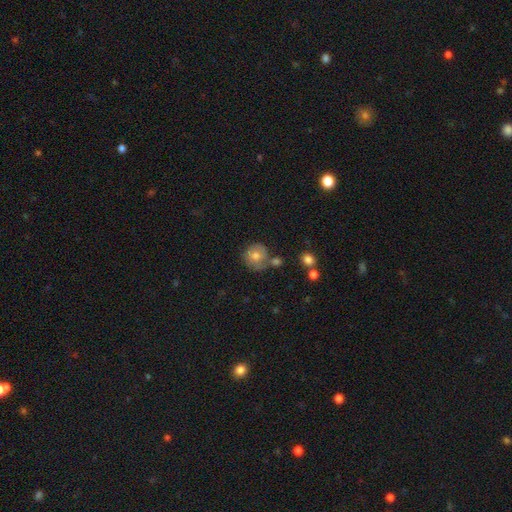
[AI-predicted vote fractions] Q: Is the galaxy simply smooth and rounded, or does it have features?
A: smooth — 68%.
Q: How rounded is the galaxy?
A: round — 89%.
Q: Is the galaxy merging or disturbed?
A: none — 62%.